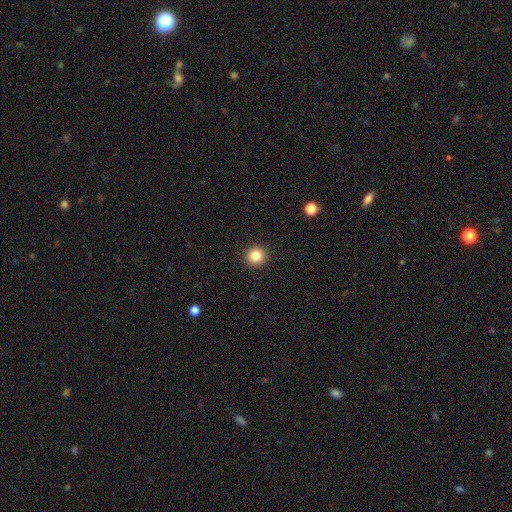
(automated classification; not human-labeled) Morphology: type=smooth (84%); roundness=round (93%); merging=none (92%).